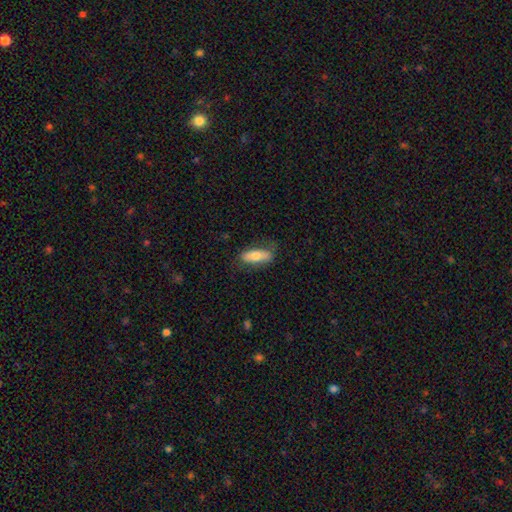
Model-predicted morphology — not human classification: smooth_or_featured: smooth (p=0.70) [alt: featured or disk p=0.24]
how_rounded: in between (p=0.67) [alt: cigar-shaped p=0.31]
merging: none (p=0.74) [alt: minor disturbance p=0.19]